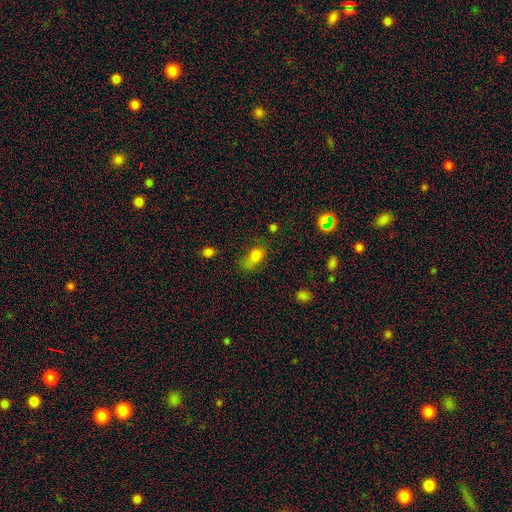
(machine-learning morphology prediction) Smooth or featured?
  - smooth: 79% *
  - star or artifact: 12%
  - featured or disk: 10%
How rounded?
  - in between: 77% *
  - round: 20%
  - cigar-shaped: 3%
Merging?
  - none: 47% *
  - minor disturbance: 30%
  - major disturbance: 16%
  - merger: 6%